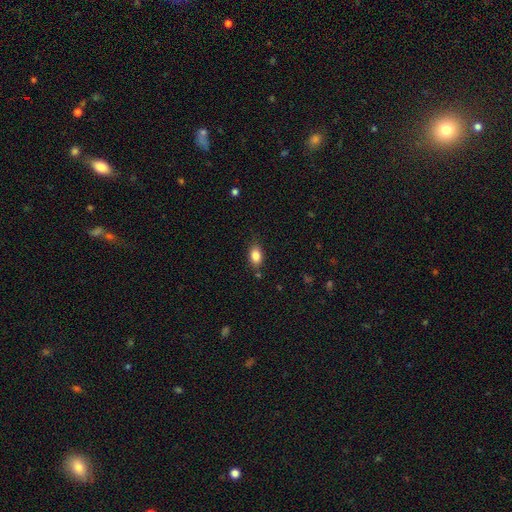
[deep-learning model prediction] Morphology: type=smooth (84%); roundness=in between (85%); merging=none (79%).